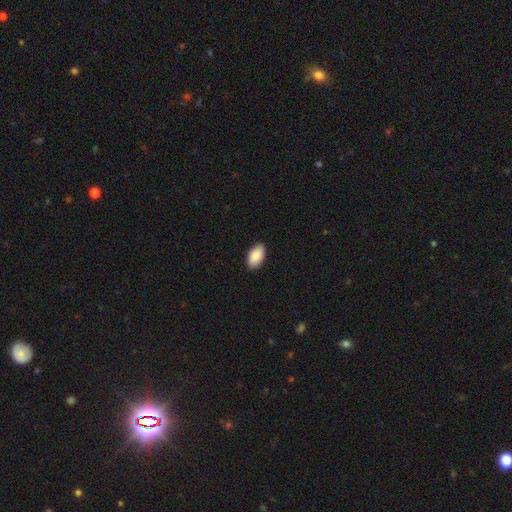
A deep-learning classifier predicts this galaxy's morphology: This is clearly a smooth galaxy (90%). How rounded: clearly in between (95%). Merging: clearly none (89%).